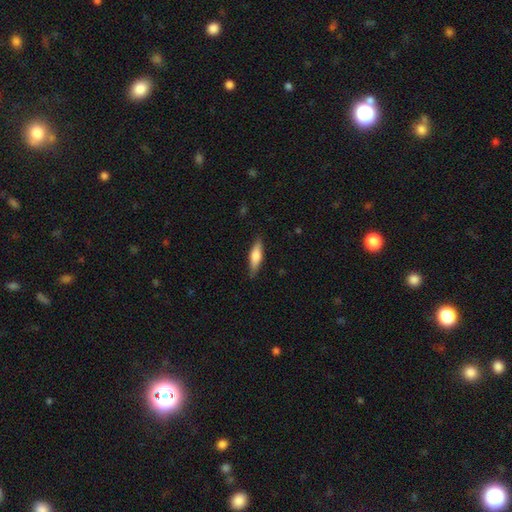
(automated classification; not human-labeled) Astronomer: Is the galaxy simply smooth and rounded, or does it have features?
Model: smooth — 70%.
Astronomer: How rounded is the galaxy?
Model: cigar-shaped — 59% (runner-up: in between, 39%).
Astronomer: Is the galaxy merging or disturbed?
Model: none — 84%.